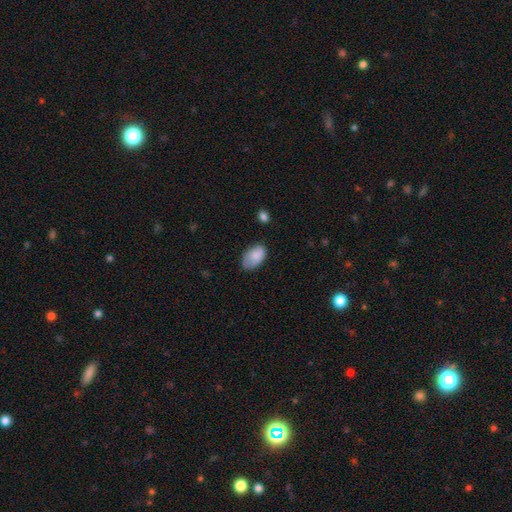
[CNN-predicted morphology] A smooth galaxy with no disk features (86%) that is in between round and cigar-shaped (92%). Merging: none (63%).